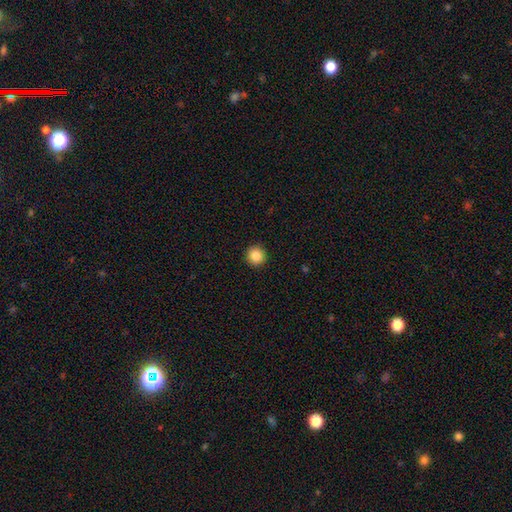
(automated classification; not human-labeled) This is clearly a smooth galaxy (85%). How rounded: clearly round (95%). Merging: clearly none (93%).